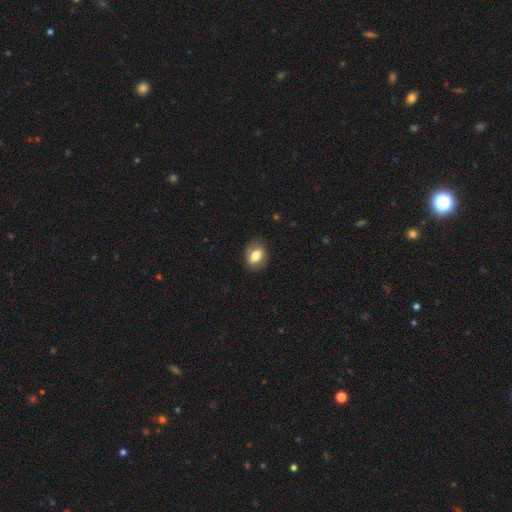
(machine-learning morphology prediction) This is likely a smooth galaxy (75%). How rounded: likely in between (70%). Merging: clearly none (80%).